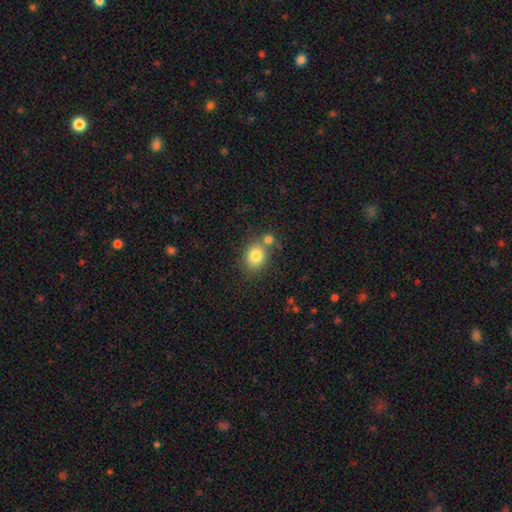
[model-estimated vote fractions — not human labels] This is clearly a smooth galaxy (81%). How rounded: possibly round (60%). Merging: possibly none (58%).